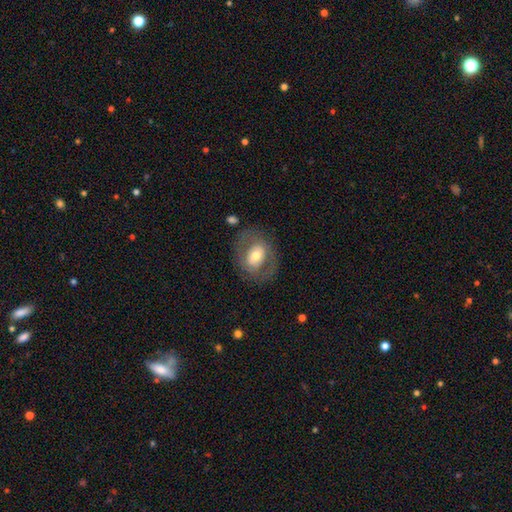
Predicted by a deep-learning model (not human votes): smooth 48%, featured or disk 45%, star or artifact 7%. Down the decision tree: merging — none (72%).